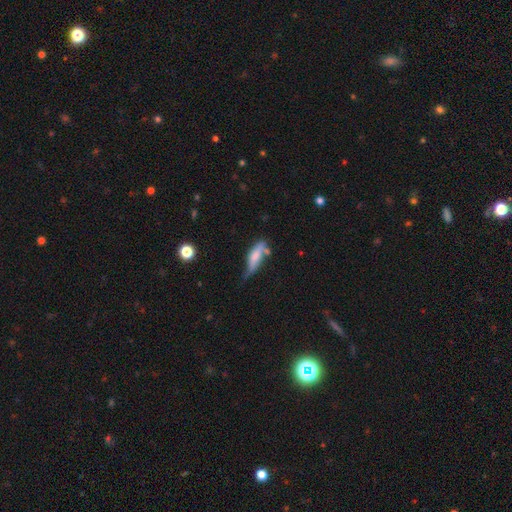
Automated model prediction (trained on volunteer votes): This is likely a smooth galaxy (60%). How rounded: possibly in between (50%). Merging: marginally none (35%, tied with minor disturbance).